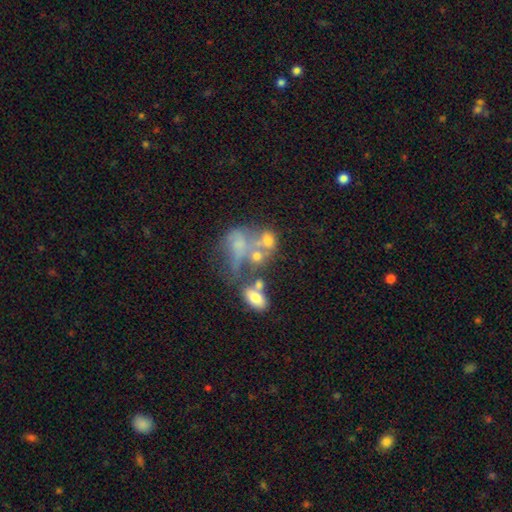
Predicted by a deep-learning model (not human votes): A featured or disk galaxy (43%). Merging: merger (48%).